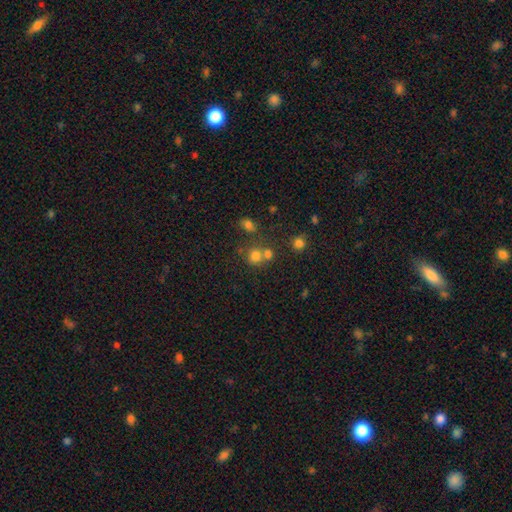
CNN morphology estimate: A smooth galaxy with no disk features (73%) that is round (80%). Merging: none (50%).